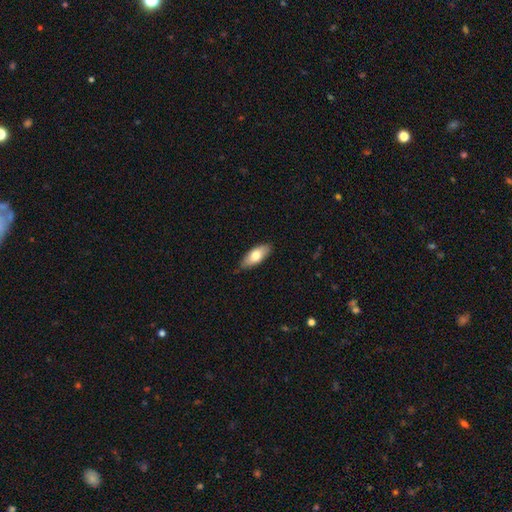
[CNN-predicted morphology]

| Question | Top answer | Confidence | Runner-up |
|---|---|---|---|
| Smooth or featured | smooth | 73% | featured or disk (21%) |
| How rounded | in between | 83% | cigar-shaped (15%) |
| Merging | none | 81% | minor disturbance (16%) |